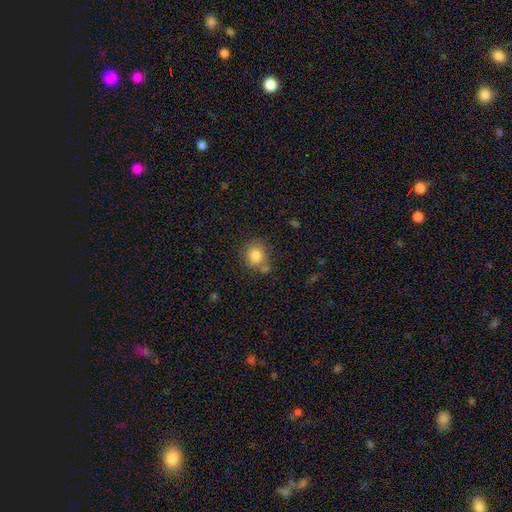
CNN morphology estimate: Smooth or featured? smooth (82%)
How rounded? round (80%)
Merging? none (67%)